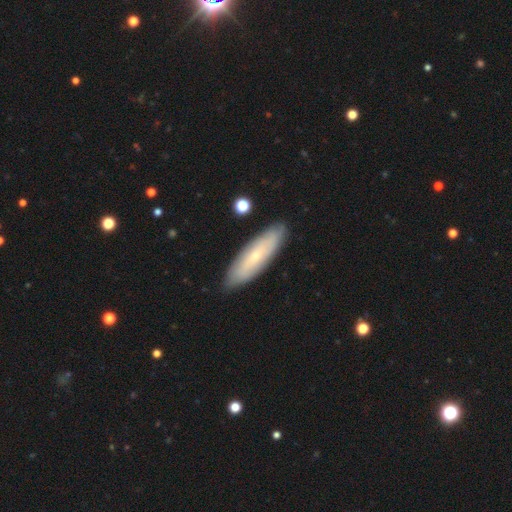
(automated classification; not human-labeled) Morphology: type=smooth (51%); roundness=cigar-shaped (57%); merging=none (87%).